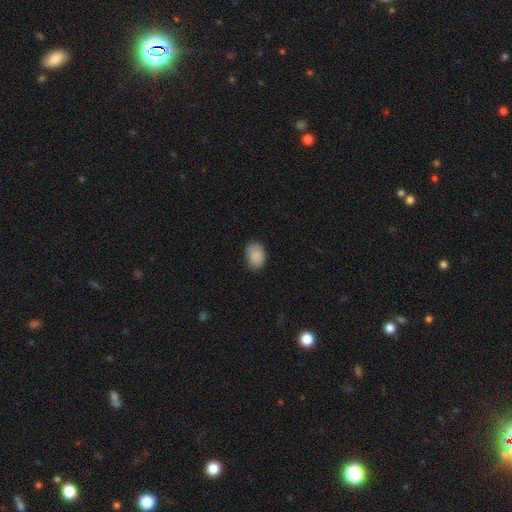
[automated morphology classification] Smooth or featured? smooth (88%)
How rounded? in between (70%)
Merging? none (75%)